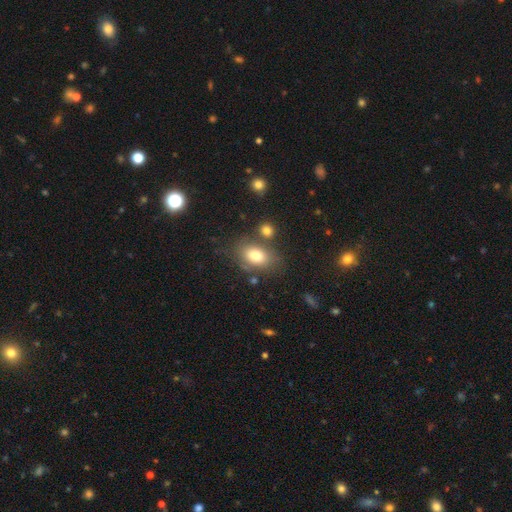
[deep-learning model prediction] Overall: smooth (78%). How rounded: in between (80%). Merging: none (66%).